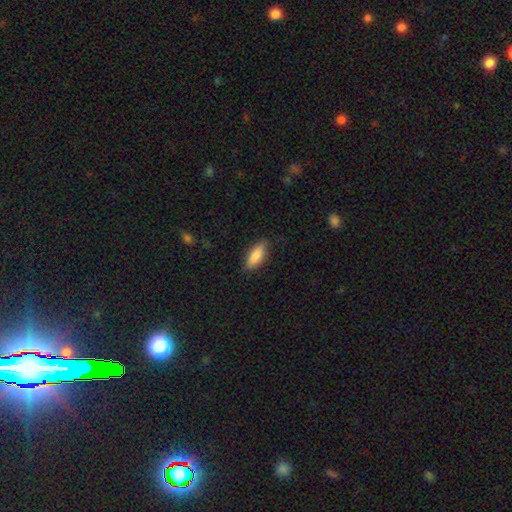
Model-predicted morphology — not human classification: type=smooth (83%); roundness=in between (69%); merging=none (83%).